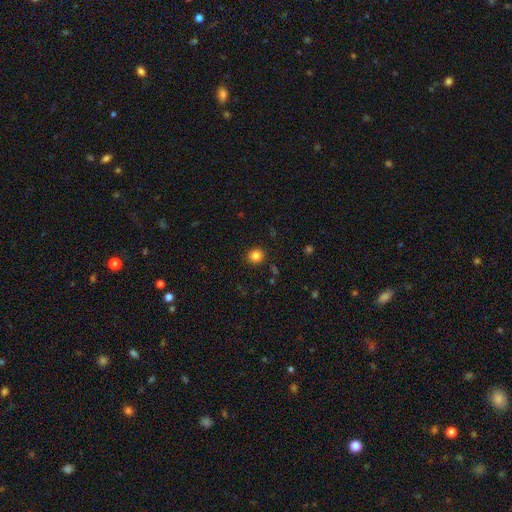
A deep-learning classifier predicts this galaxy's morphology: Smooth or featured: smooth — 83% (star or artifact — 12%)
How rounded: round — 87% (in between — 12%)
Merging: none — 91% (minor disturbance — 6%)